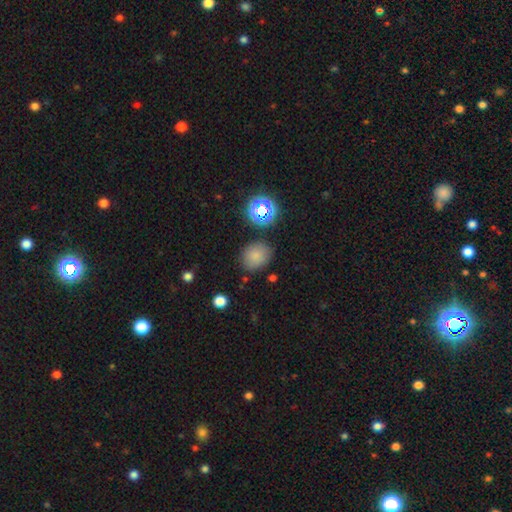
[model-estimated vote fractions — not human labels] This is likely a smooth galaxy (76%). How rounded: possibly round (60%). Merging: likely none (80%).